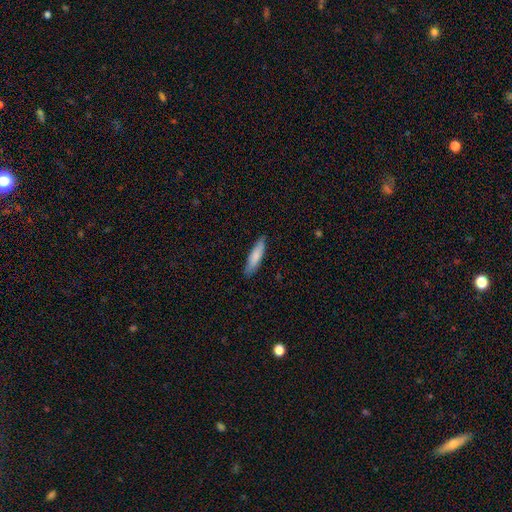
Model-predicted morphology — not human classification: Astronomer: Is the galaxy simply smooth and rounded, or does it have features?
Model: smooth — 79%.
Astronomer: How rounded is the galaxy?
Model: cigar-shaped — 76%.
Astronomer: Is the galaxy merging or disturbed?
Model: none — 85%.